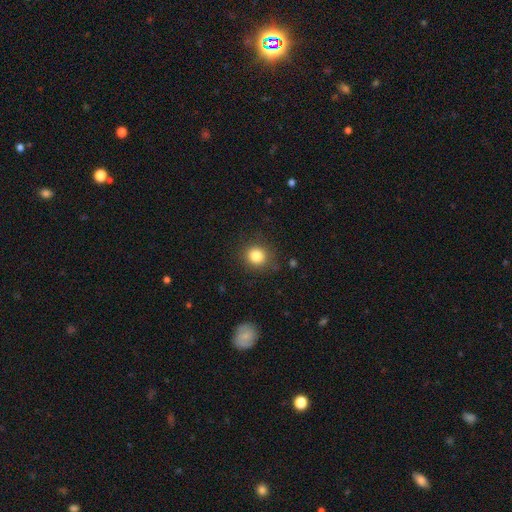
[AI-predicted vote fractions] This is clearly a smooth galaxy (83%). How rounded: clearly round (83%). Merging: clearly none (85%).